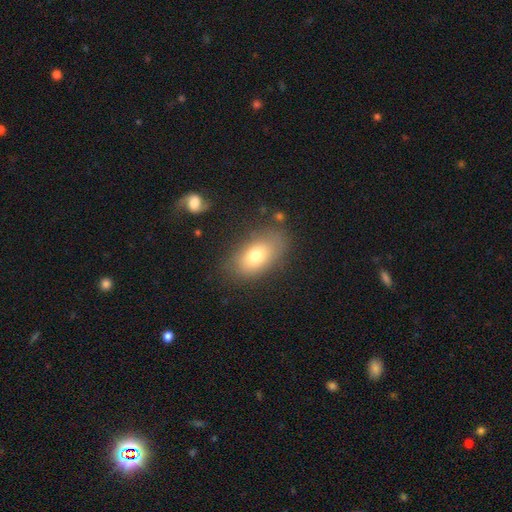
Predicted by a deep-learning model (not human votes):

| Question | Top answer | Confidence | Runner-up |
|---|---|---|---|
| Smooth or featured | smooth | 75% | featured or disk (16%) |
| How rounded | in between | 89% | round (8%) |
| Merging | none | 74% | minor disturbance (17%) |